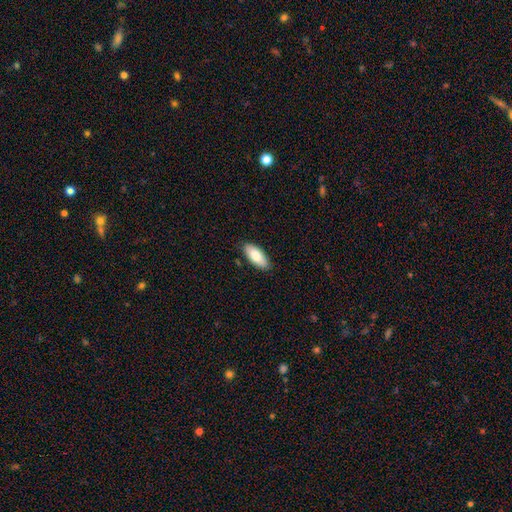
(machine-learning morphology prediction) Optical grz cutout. It shows a smooth galaxy with no disk features (83%) that is in between round and cigar-shaped (87%). Merging: none (85%).